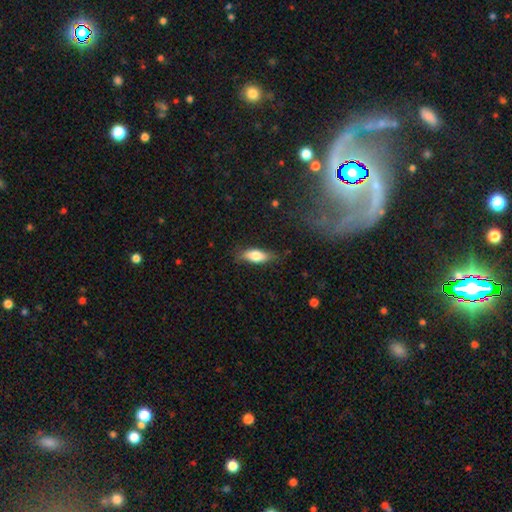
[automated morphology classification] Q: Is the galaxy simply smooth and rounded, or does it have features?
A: smooth — 74%.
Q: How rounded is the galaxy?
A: in between — 73%.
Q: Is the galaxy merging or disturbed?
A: none — 75%.